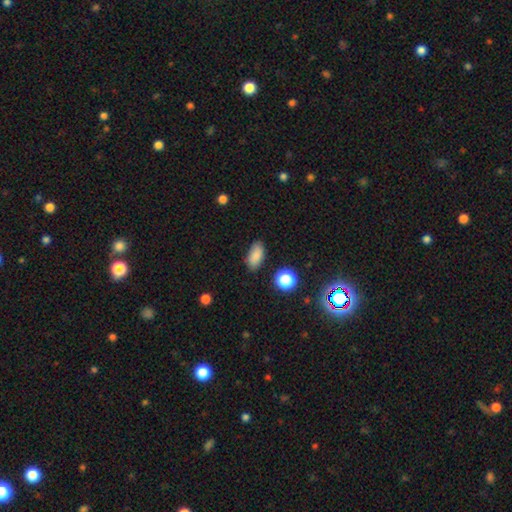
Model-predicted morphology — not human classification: A smooth galaxy with no disk features (85%) that is in between round and cigar-shaped (89%). Merging: none (84%).